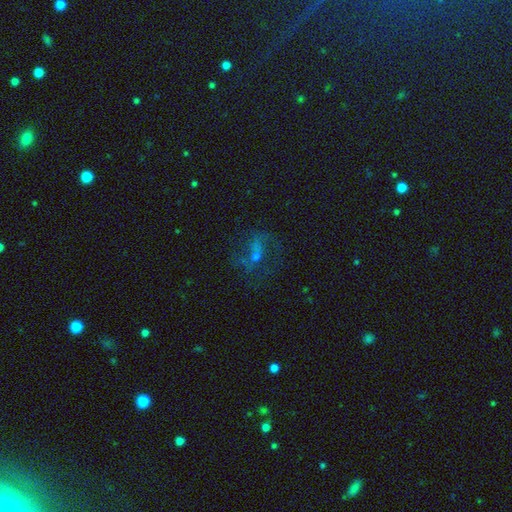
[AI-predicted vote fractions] Smooth or featured? featured or disk (50%)
Merging? none (58%)